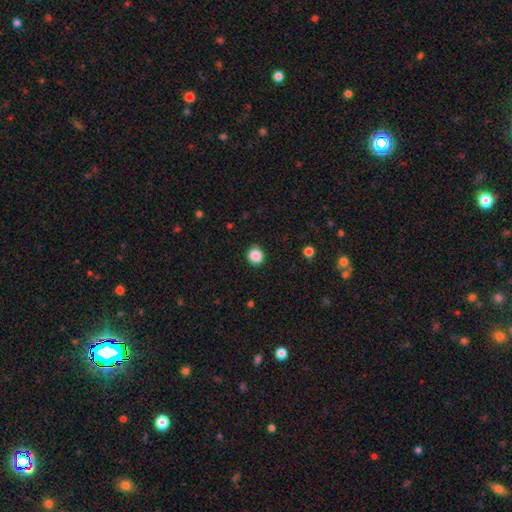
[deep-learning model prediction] smooth-or-featured: smooth: 88% | star or artifact: 10% | featured or disk: 3%
  how-rounded: round: 90% | in between: 10% | cigar-shaped: 1%
  merging: none: 92% | minor disturbance: 5% | major disturbance: 2% | merger: 1%